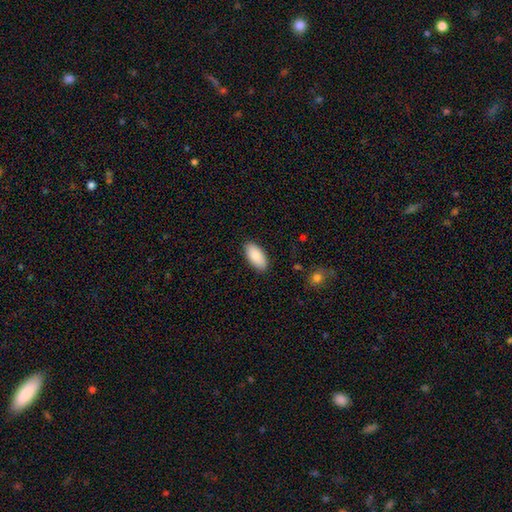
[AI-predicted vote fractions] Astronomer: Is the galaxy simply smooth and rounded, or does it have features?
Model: smooth — 89%.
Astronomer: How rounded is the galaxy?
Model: in between — 93%.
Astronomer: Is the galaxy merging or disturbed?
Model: none — 88%.